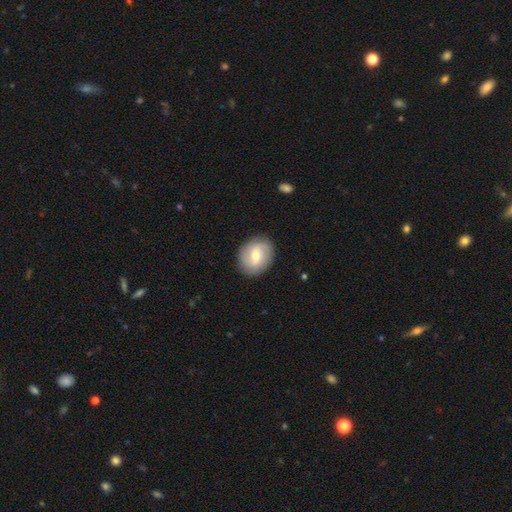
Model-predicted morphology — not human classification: featured or disk 50%, smooth 44%, star or artifact 7%. Down the decision tree: merging — none (86%).